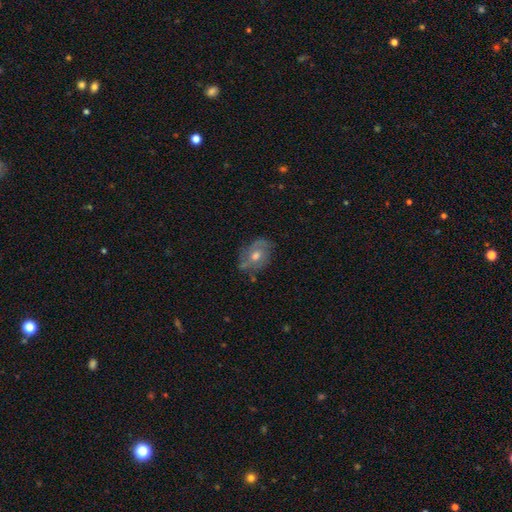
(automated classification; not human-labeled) featured or disk 61%, smooth 28%, star or artifact 11%. Down the decision tree: edge-on disk — no (95%); bar — no (68%); spiral arms — yes (71%); bulge size — moderate (73%); merging — none (70%).